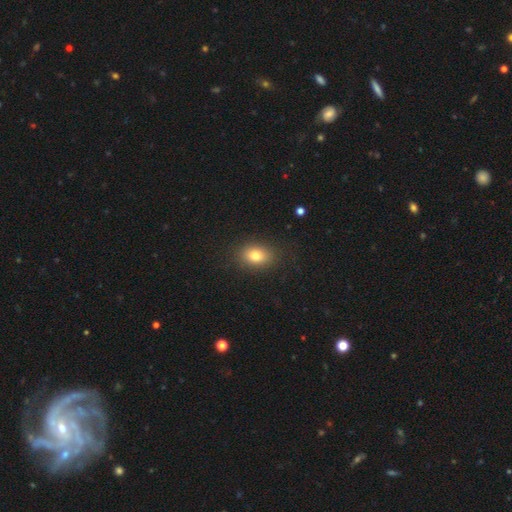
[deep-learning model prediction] This is likely a smooth galaxy (79%). How rounded: likely in between (66%). Merging: clearly none (86%).